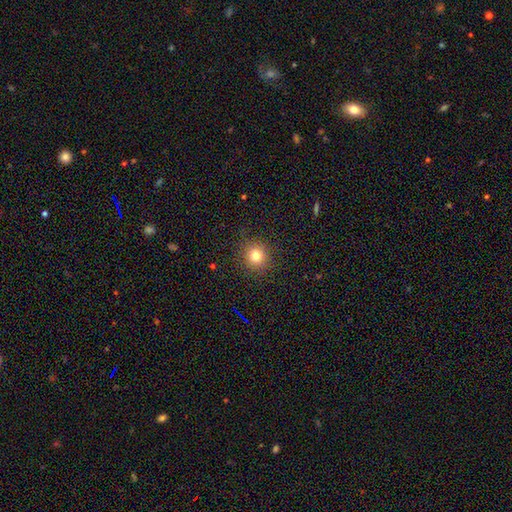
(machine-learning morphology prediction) type=smooth (79%); roundness=round (91%); merging=none (90%).